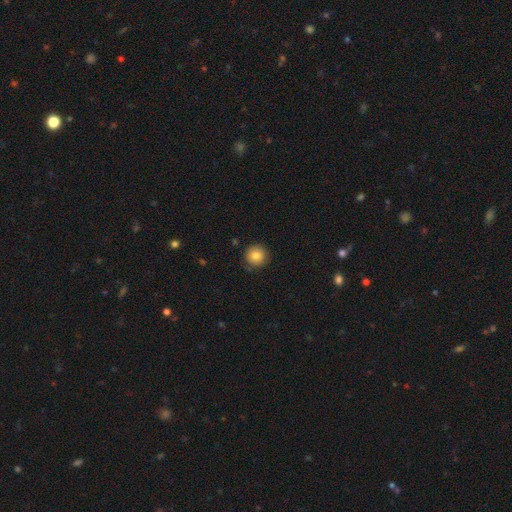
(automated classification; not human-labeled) Smooth or featured? smooth (82%)
How rounded? round (94%)
Merging? none (85%)